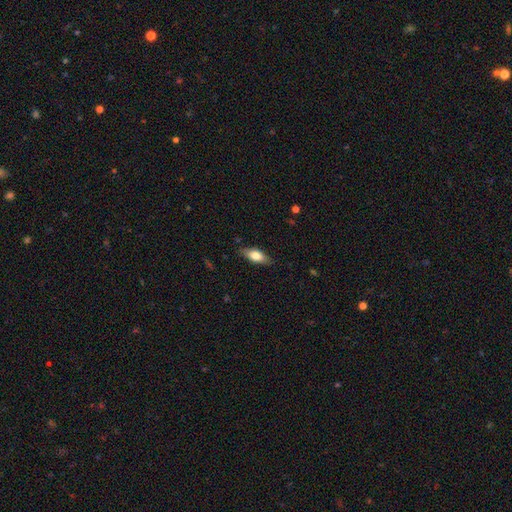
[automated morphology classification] The model was most divided on "smooth or featured": smooth: 69%, featured or disk: 25%, star or artifact: 6%. More confident: merging — none (83%); how rounded — in between (76%).